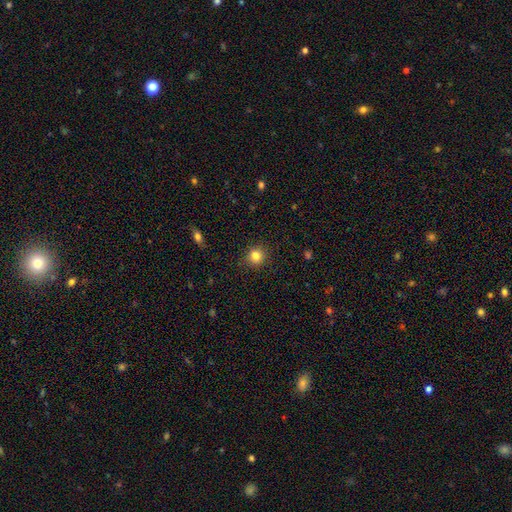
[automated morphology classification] This appears to be a smooth galaxy with no disk features (83%) that is round (87%). Merging: none (88%).